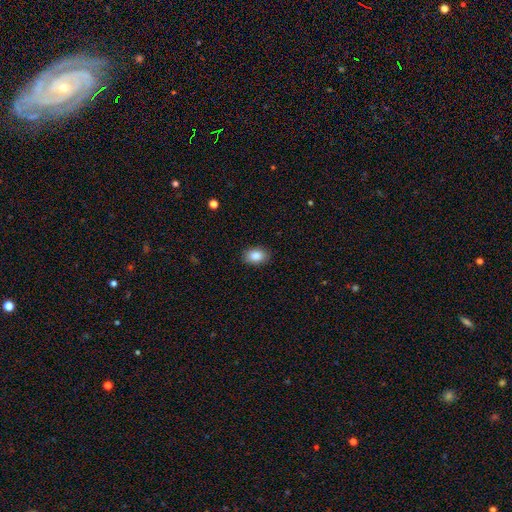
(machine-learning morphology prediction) Smooth or featured: smooth — 86% (star or artifact — 8%)
How rounded: in between — 83% (round — 16%)
Merging: none — 89% (minor disturbance — 8%)